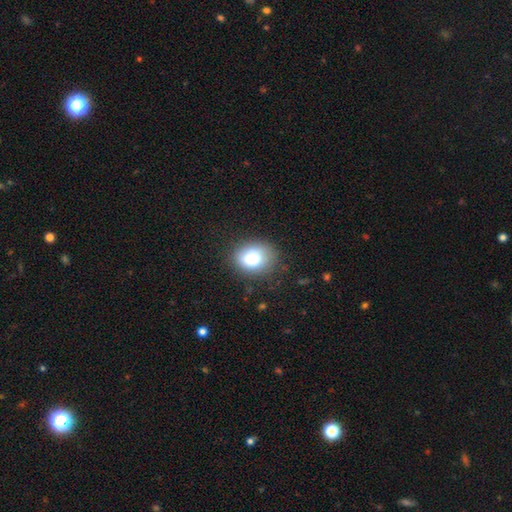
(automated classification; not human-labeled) smooth-or-featured: smooth: 81% | star or artifact: 10% | featured or disk: 9%
  how-rounded: in between: 51% | round: 48% | cigar-shaped: 1%
  merging: none: 80% | minor disturbance: 14% | major disturbance: 4% | merger: 1%